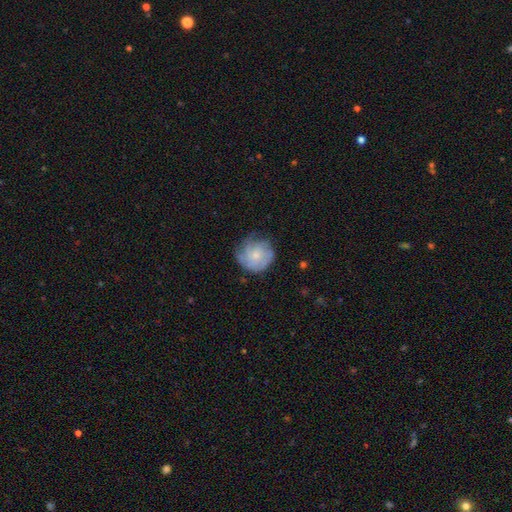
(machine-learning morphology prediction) Overall: featured or disk (55%; smooth 38%). Edge-on disk: no (98%). Bar: no (80%). Spiral arms: yes (80%). Bulge size: small (56%; moderate 30%). Merging: none (64%).